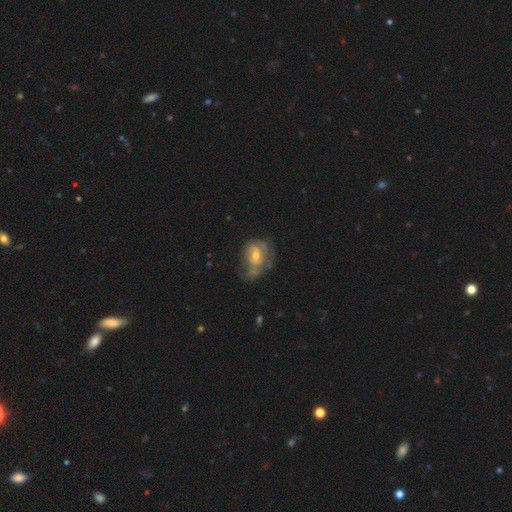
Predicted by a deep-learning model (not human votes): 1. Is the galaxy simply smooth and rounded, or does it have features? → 66% featured or disk, 27% smooth, 8% star or artifact.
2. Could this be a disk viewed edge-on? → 97% no, 3% yes.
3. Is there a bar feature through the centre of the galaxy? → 61% no, 33% weak, 6% strong.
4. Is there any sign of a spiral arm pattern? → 66% yes, 34% no.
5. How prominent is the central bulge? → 49% moderate, 44% small, 3% large, 3% none, 1% dominant.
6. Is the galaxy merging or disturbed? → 34% none (tied), 34% major disturbance (tied), 27% minor disturbance, 5% merger.